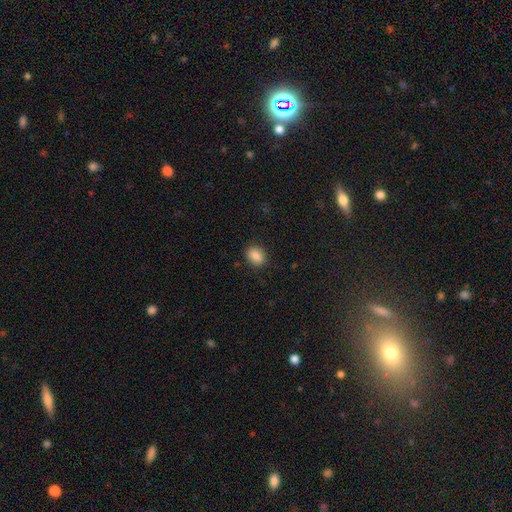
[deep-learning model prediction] Smooth or featured? smooth (86%)
How rounded? in between (57%)
Merging? none (88%)